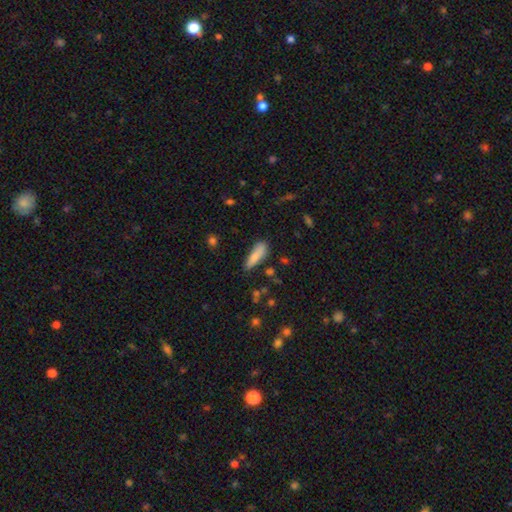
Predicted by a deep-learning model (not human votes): Q: Smooth or featured?
A: smooth (81%); runner-up: featured or disk (12%)
Q: How rounded?
A: cigar-shaped (55%); runner-up: in between (43%)
Q: Merging?
A: none (67%); runner-up: minor disturbance (22%)